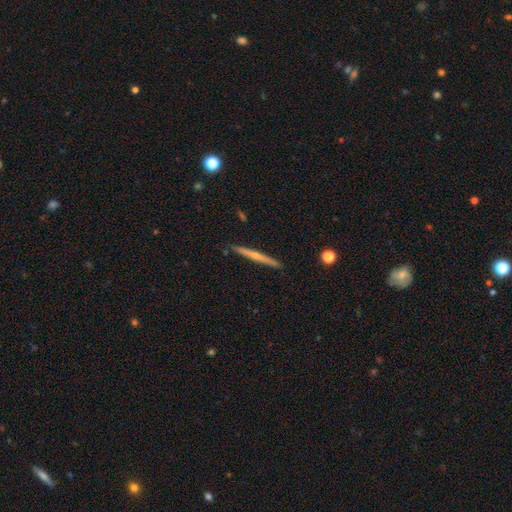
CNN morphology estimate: A featured or disk galaxy (65%) viewed edge-on (98%) with a rounded central bulge (64%). Merging: none (90%).